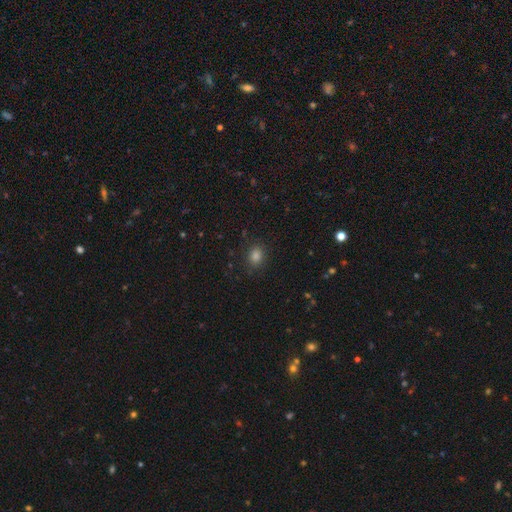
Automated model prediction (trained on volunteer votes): Overall: smooth (80%). How rounded: round (52%; in between 47%). Merging: none (87%).